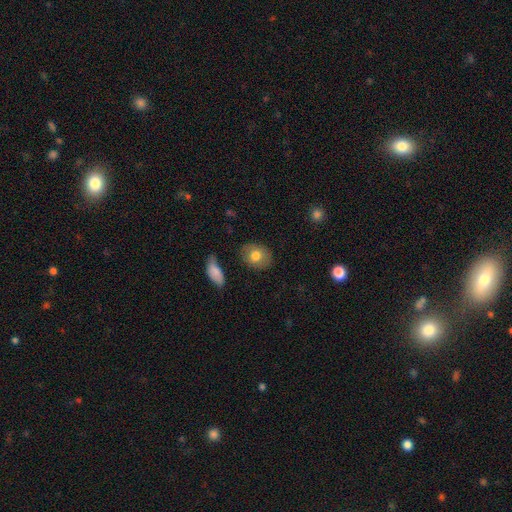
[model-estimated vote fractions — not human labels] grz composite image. It shows a smooth galaxy with no disk features (76%) that is in between round and cigar-shaped (51%). Merging: none (78%).